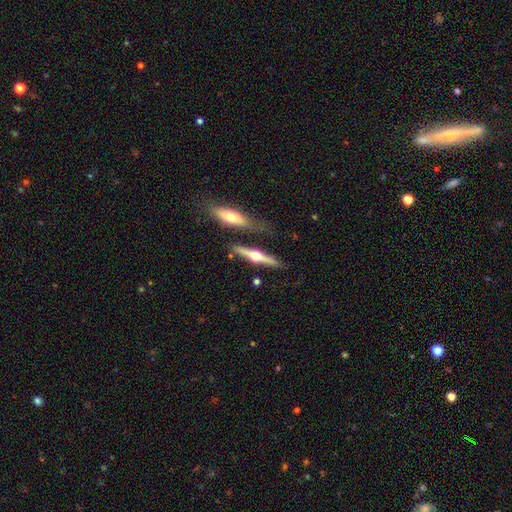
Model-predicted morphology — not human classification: Smooth or featured? Predicted: featured or disk (p=0.71). Edge-on disk? Predicted: yes (p=0.96). Edge-on bulge? Predicted: rounded (p=0.96). Merging? Predicted: none (p=0.76).